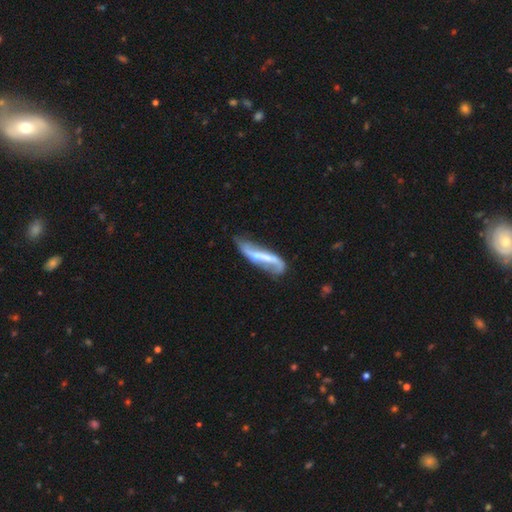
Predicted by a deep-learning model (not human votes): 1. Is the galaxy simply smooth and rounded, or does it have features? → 70% featured or disk, 24% smooth, 6% star or artifact.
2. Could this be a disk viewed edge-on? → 83% no, 17% yes.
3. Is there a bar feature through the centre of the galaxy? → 43% strong, 31% weak, 26% no.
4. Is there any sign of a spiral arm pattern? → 80% yes, 20% no.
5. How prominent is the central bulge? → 44% small, 31% moderate, 20% none, 4% large, 2% dominant.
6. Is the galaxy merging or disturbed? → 42% none, 27% minor disturbance, 23% major disturbance, 8% merger.